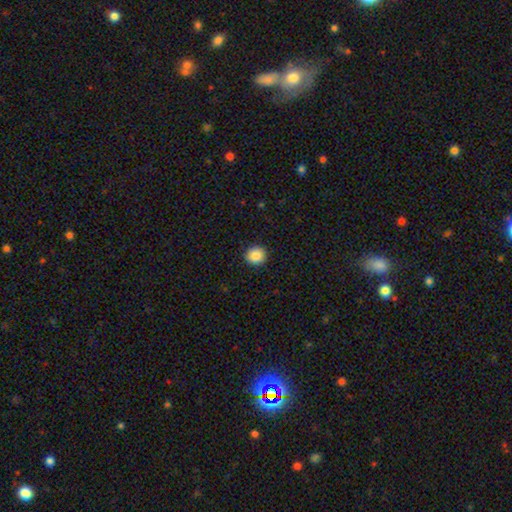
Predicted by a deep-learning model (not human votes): This is clearly a smooth galaxy (87%). How rounded: clearly round (91%). Merging: clearly none (92%).